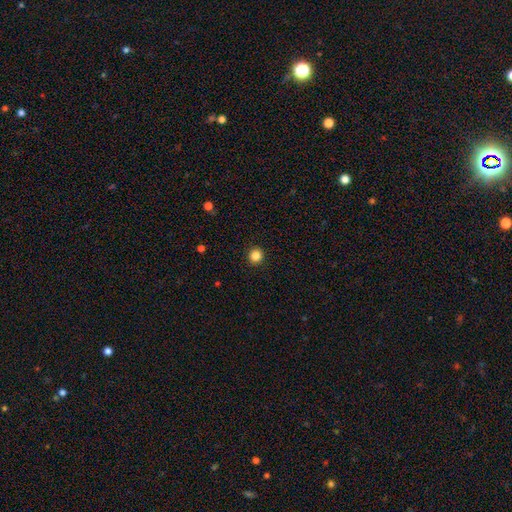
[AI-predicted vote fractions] Overall: smooth (85%). How rounded: round (94%). Merging: none (93%).